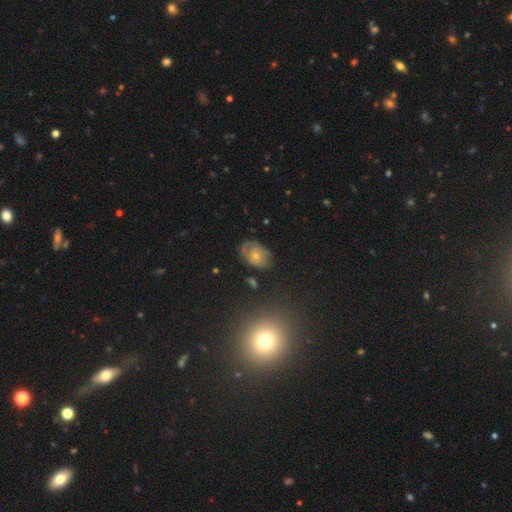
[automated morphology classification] Q: Smooth or featured?
A: featured or disk (50%); runner-up: smooth (39%)
Q: Merging?
A: none (60%); runner-up: minor disturbance (26%)